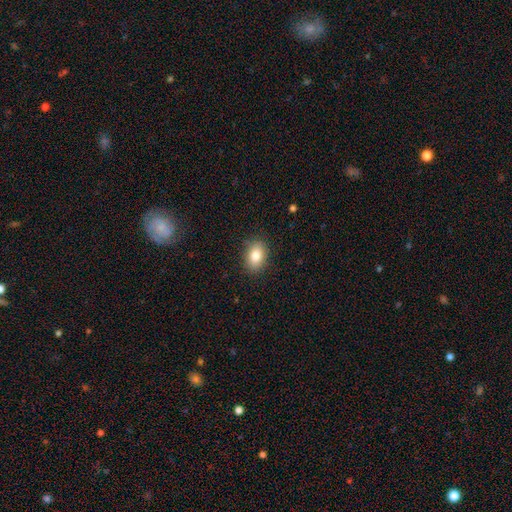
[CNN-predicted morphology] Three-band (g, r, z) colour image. It shows a smooth galaxy with no disk features (83%) that is in between round and cigar-shaped (80%). Merging: none (87%).